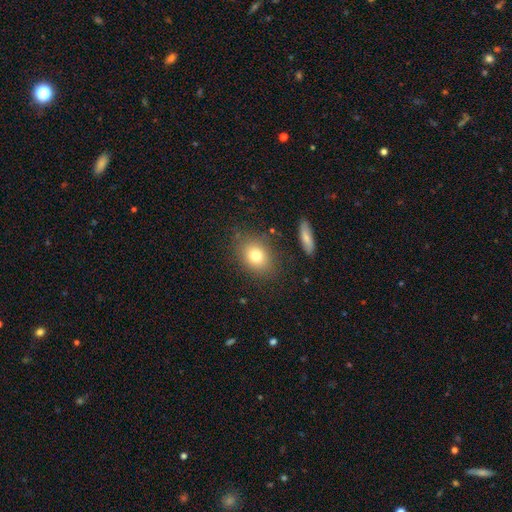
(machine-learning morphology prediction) smooth-or-featured: smooth: 77% | featured or disk: 12% | star or artifact: 11%
  how-rounded: in between: 55% | round: 43% | cigar-shaped: 2%
  merging: none: 81% | minor disturbance: 12% | major disturbance: 4% | merger: 4%